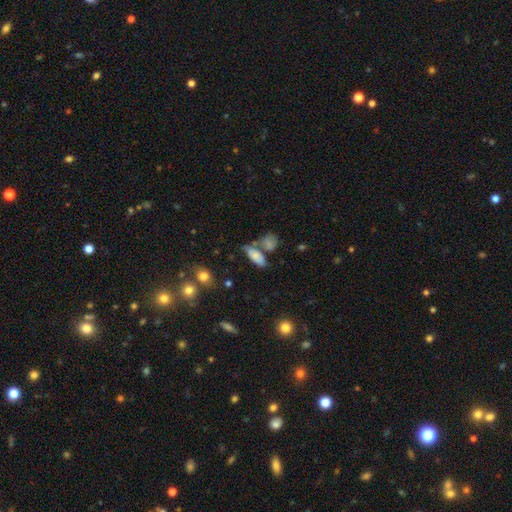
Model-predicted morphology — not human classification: type=smooth (75%); roundness=in between (75%); merging=none (45%).